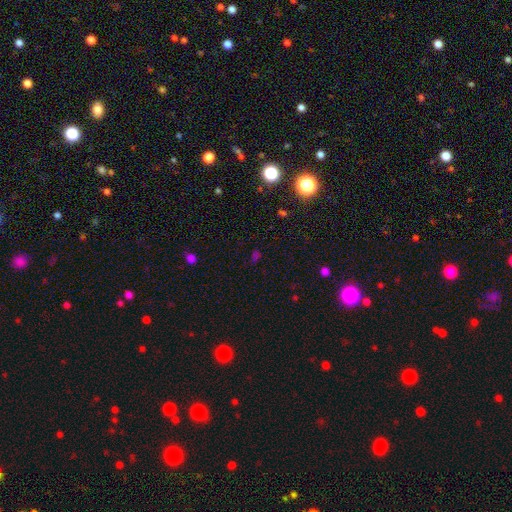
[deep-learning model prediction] smooth-or-featured: star or artifact: 55% | smooth: 37% | featured or disk: 8%